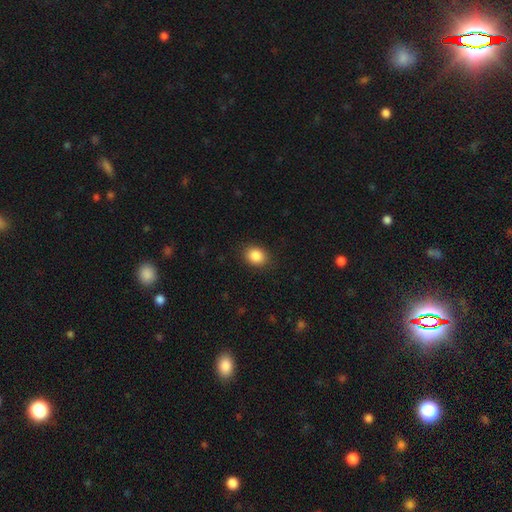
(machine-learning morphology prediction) smooth_or_featured: smooth (p=0.87) [alt: star or artifact p=0.09]
how_rounded: round (p=0.51) [alt: in between p=0.48]
merging: none (p=0.88) [alt: minor disturbance p=0.08]